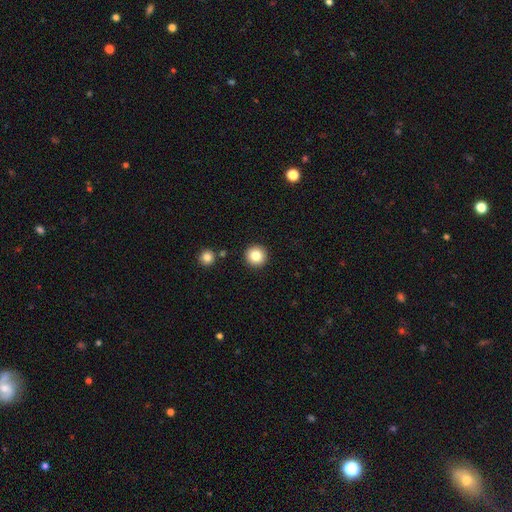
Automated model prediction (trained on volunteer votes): smooth_or_featured: smooth (p=0.83) [alt: star or artifact p=0.10]
how_rounded: round (p=0.95) [alt: in between p=0.04]
merging: none (p=0.91) [alt: minor disturbance p=0.05]